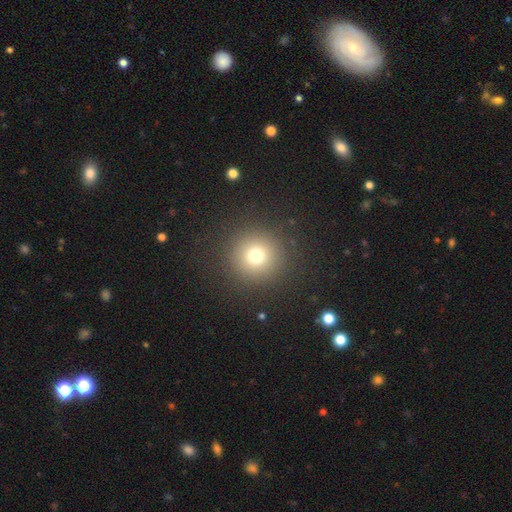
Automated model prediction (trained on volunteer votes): Smooth or featured? Predicted: smooth (p=0.73). How rounded? Predicted: round (p=0.95). Merging? Predicted: none (p=0.90).